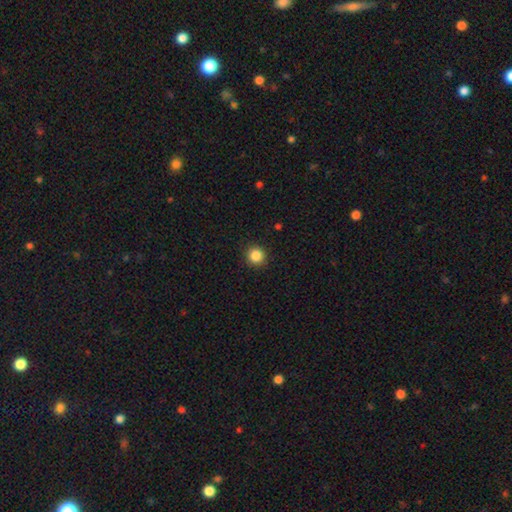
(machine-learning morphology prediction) Smooth or featured: smooth — 85% (star or artifact — 11%)
How rounded: round — 95% (in between — 4%)
Merging: none — 92% (minor disturbance — 5%)